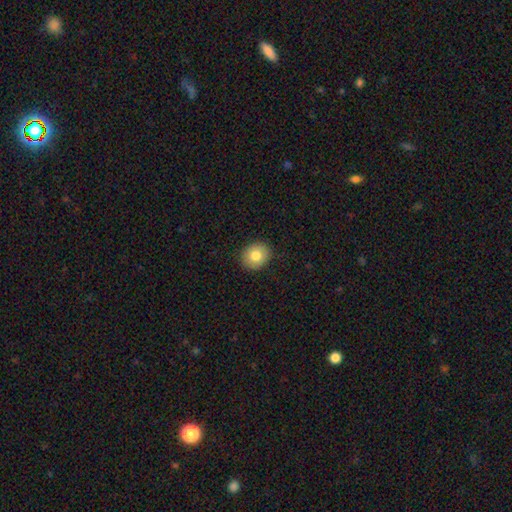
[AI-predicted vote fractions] Smooth or featured? smooth (79%)
How rounded? round (65%)
Merging? none (88%)